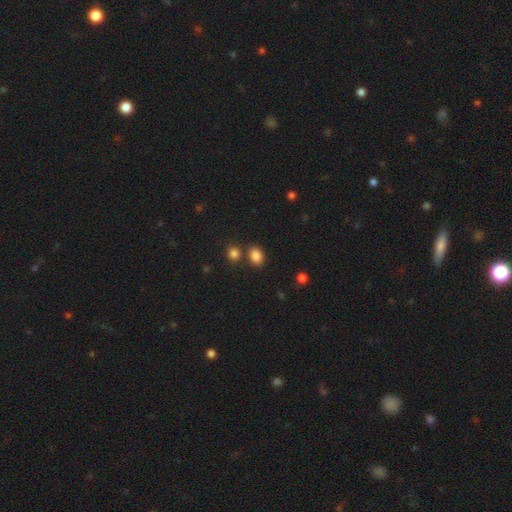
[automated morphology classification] A smooth galaxy with no disk features (85%) that is in between round and cigar-shaped (69%).

Vote fractions:
- Smooth or featured? smooth: 85% / star or artifact: 11% / featured or disk: 4%
- How rounded? in between: 69% / round: 30% / cigar-shaped: 1%
- Merging? none: 70% / merger: 16% / minor disturbance: 10% / major disturbance: 3%